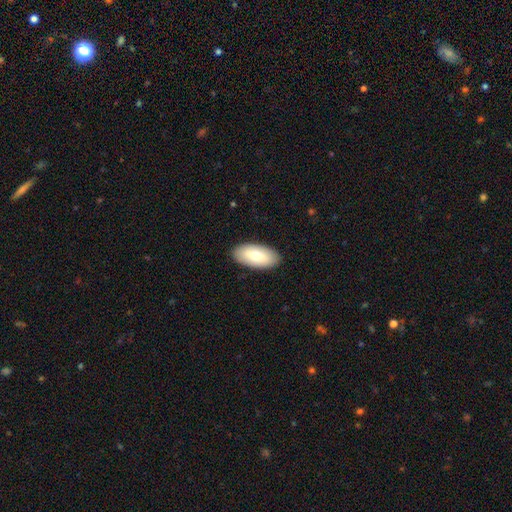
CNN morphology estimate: smooth 72%, featured or disk 23%, star or artifact 6%. Down the decision tree: how rounded — in between (93%); merging — none (89%).